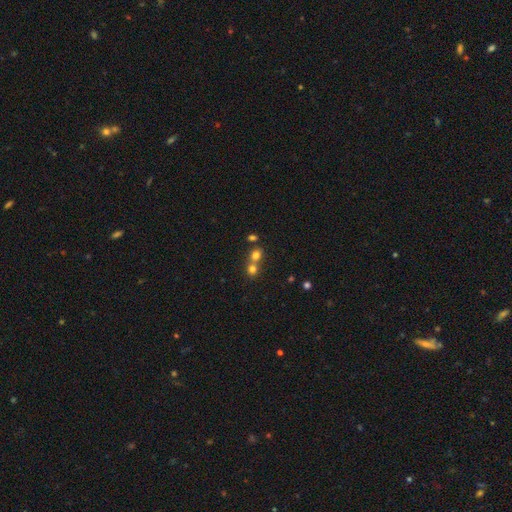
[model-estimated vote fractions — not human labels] This is likely a smooth galaxy (75%). How rounded: likely round (74%). Merging: possibly merger (51%).